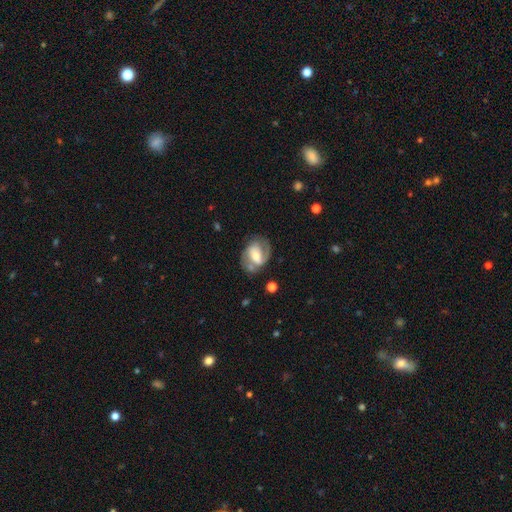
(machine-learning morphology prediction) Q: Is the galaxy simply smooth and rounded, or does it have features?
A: featured or disk — 73%.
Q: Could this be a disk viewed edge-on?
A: no — 97%.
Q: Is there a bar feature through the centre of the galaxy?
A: weak — 41%.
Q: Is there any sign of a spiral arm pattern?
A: yes — 87%.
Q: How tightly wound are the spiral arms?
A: medium — 49%.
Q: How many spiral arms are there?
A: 2 — 77%.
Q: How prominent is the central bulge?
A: moderate — 46%.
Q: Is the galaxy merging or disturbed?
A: none — 63%.